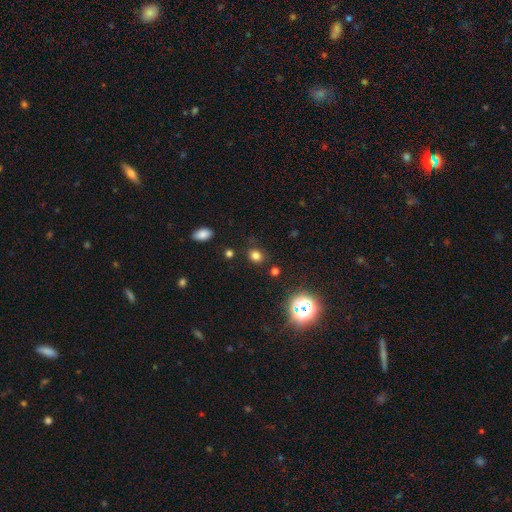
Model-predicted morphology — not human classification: This appears to be a smooth galaxy with no disk features (76%) that is round (61%). Merging: none (82%).